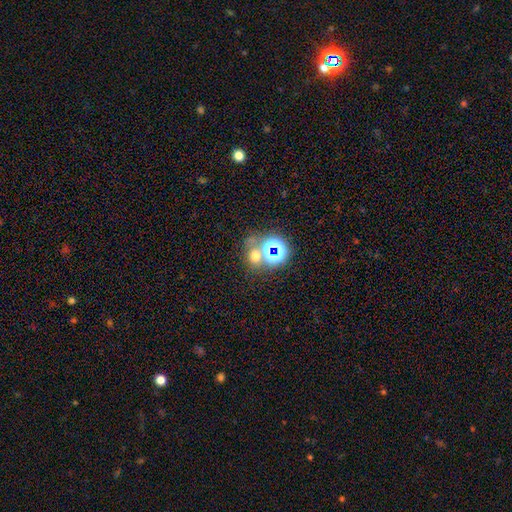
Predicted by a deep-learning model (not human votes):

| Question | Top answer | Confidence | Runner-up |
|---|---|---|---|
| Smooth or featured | smooth | 52% | star or artifact (38%) |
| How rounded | round | 71% | in between (28%) |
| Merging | none | 55% | merger (31%) |